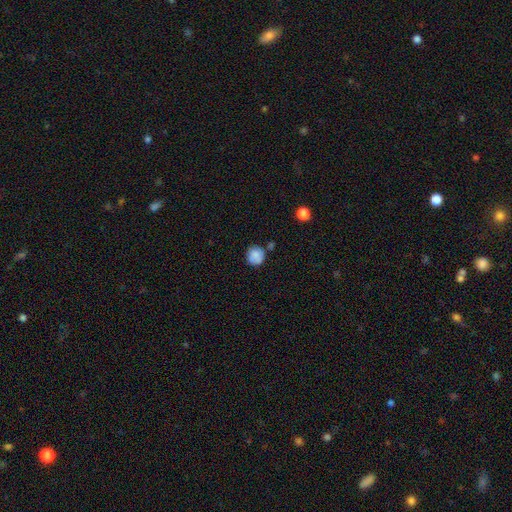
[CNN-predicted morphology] Smooth or featured? Predicted: smooth (p=0.81). How rounded? Predicted: round (p=0.89). Merging? Predicted: none (p=0.68).